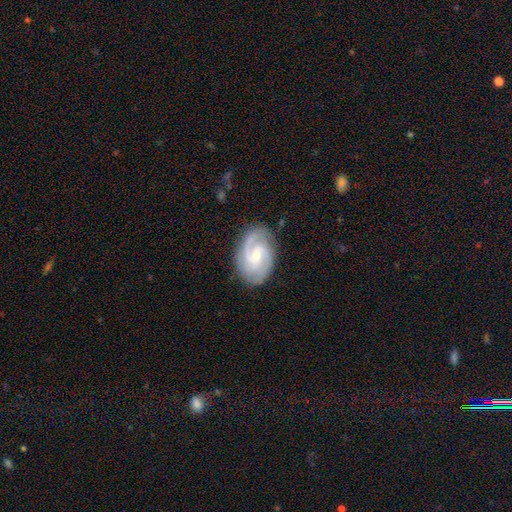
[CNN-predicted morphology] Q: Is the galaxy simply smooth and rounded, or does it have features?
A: featured or disk — 89%.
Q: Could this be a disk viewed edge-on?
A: no — 97%.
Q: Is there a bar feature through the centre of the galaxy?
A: weak — 47%.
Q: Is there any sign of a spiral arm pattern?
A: yes — 98%.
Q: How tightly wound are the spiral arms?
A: medium — 50%.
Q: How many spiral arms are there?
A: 2 — 60%.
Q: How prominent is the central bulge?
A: small — 61%.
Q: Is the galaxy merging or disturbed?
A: none — 82%.